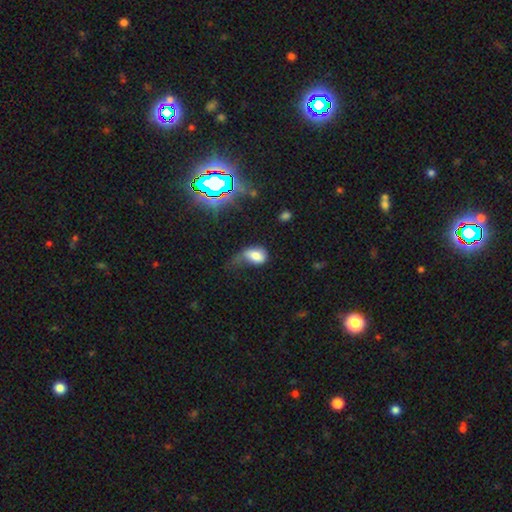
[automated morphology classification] Smooth or featured? smooth (70%)
How rounded? in between (79%)
Merging? major disturbance (40%)